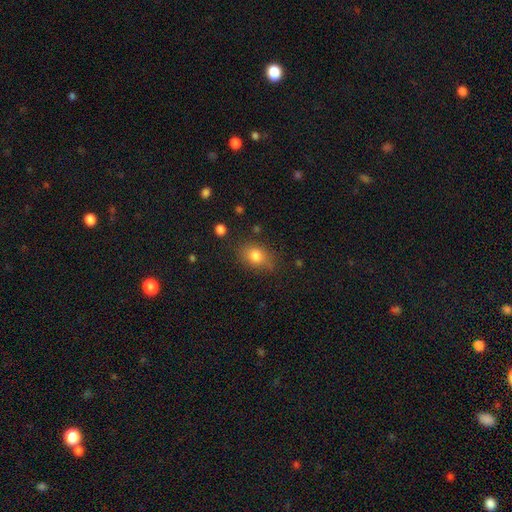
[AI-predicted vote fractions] Q: Smooth or featured?
A: smooth (80%); runner-up: star or artifact (10%)
Q: How rounded?
A: in between (66%); runner-up: round (32%)
Q: Merging?
A: none (76%); runner-up: minor disturbance (17%)